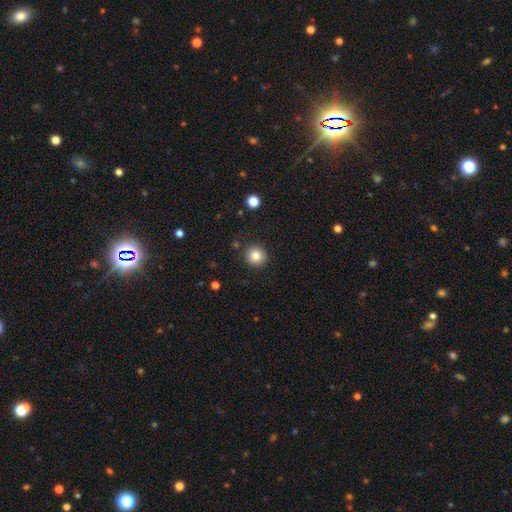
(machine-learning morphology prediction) This is clearly a smooth galaxy (83%). How rounded: clearly round (91%). Merging: clearly none (88%).